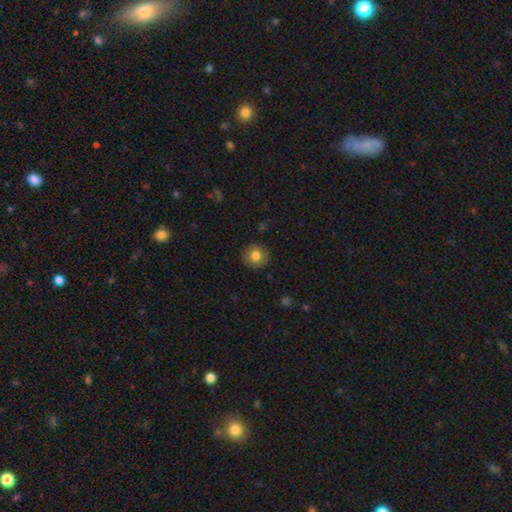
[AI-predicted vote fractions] smooth 77%, featured or disk 14%, star or artifact 9%. Down the decision tree: how rounded — round (92%); merging — none (87%).